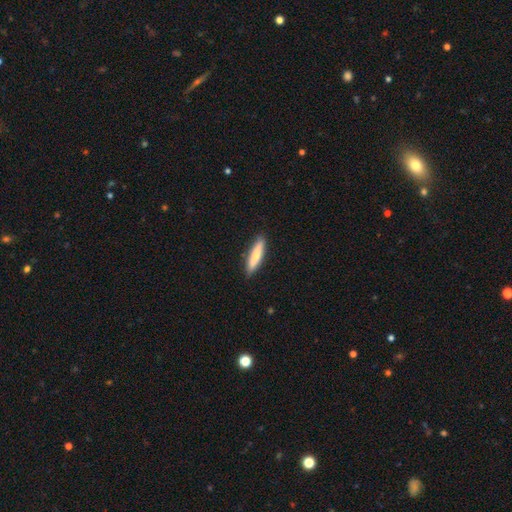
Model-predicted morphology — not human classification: Smooth or featured? smooth (72%)
How rounded? cigar-shaped (84%)
Merging? none (88%)